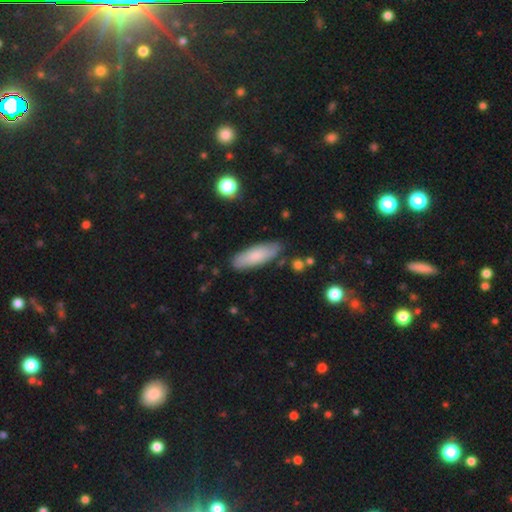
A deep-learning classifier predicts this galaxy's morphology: Q: Smooth or featured?
A: smooth (76%); runner-up: featured or disk (18%)
Q: How rounded?
A: in between (56%); runner-up: cigar-shaped (42%)
Q: Merging?
A: none (82%); runner-up: minor disturbance (13%)